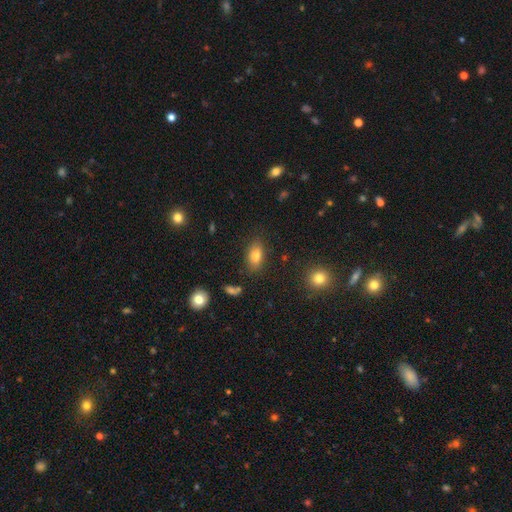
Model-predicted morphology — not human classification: Smooth or featured? Predicted: smooth (p=0.79). How rounded? Predicted: in between (p=0.87). Merging? Predicted: none (p=0.81).